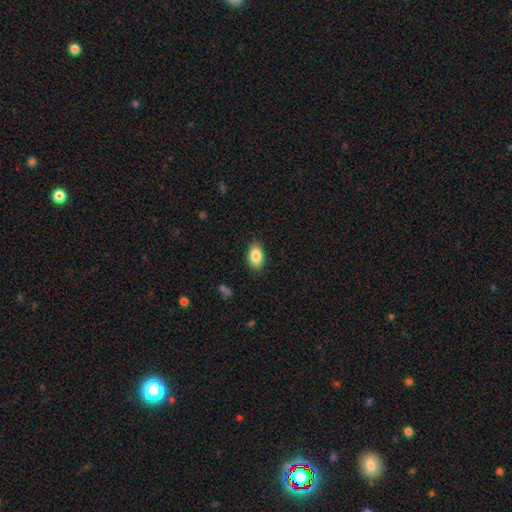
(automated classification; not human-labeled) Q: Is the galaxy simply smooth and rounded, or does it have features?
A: smooth — 86%.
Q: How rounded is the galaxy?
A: in between — 90%.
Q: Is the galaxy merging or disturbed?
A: none — 87%.